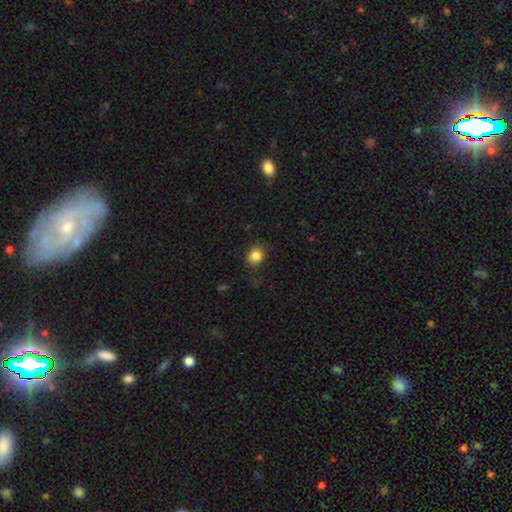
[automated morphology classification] The model was most divided on "how rounded": round: 72%, in between: 27%, cigar-shaped: 1%. More confident: smooth or featured — smooth (85%); merging — none (78%).